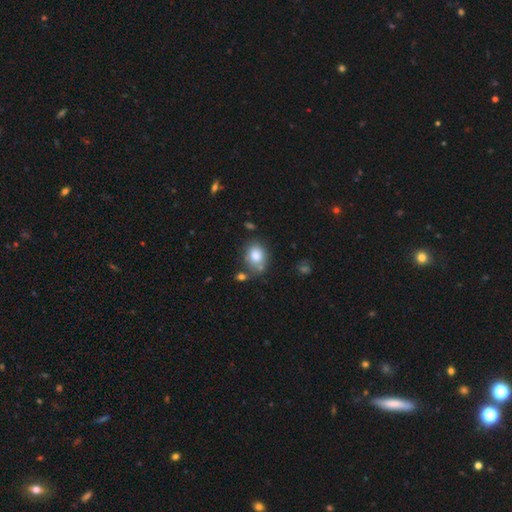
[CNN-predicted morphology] Smooth or featured? smooth (82%)
How rounded? in between (54%)
Merging? none (66%)